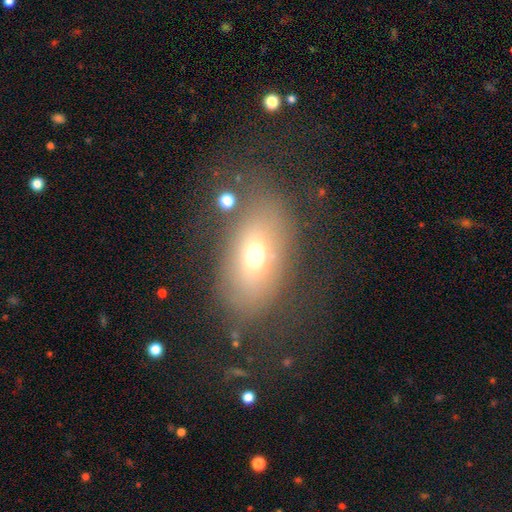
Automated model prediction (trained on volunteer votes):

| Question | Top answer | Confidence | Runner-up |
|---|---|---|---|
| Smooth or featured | smooth | 62% | featured or disk (24%) |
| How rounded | in between | 80% | round (17%) |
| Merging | none | 63% | minor disturbance (18%) |